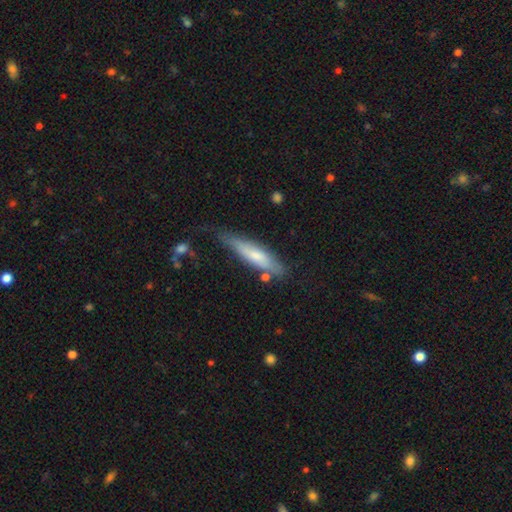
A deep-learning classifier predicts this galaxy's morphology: smooth-or-featured: smooth: 61% | featured or disk: 33% | star or artifact: 6%
  how-rounded: cigar-shaped: 77% | in between: 21% | round: 2%
  merging: none: 60% | minor disturbance: 26% | major disturbance: 8% | merger: 6%